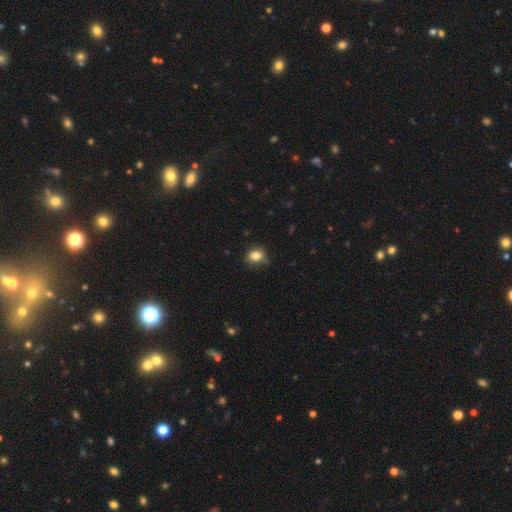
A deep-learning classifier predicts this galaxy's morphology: A smooth galaxy with no disk features (84%) that is round (62%).

Vote fractions:
- Smooth or featured? smooth: 84% / star or artifact: 10% / featured or disk: 6%
- How rounded? round: 62% / in between: 37% / cigar-shaped: 1%
- Merging? none: 74% / minor disturbance: 21% / major disturbance: 4% / merger: 1%